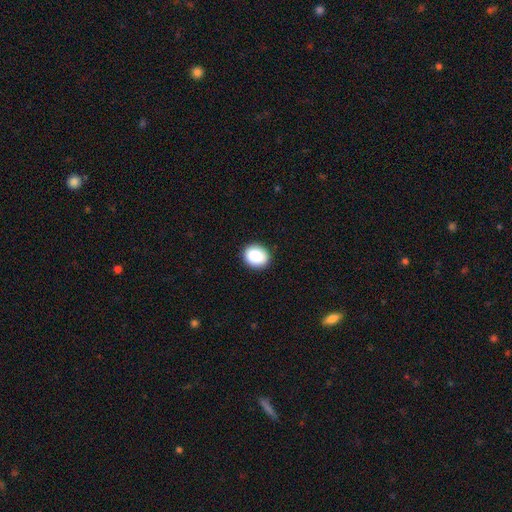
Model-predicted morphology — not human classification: Overall: smooth (88%). How rounded: round (63%; in between 36%). Merging: none (90%).